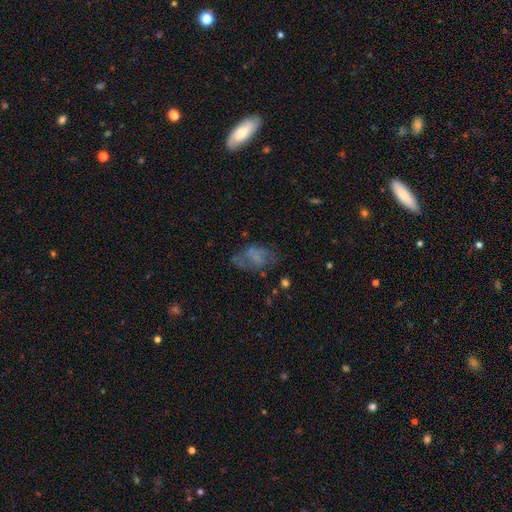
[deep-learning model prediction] Smooth or featured? Predicted: smooth (p=0.46). Merging? Predicted: none (p=0.44).